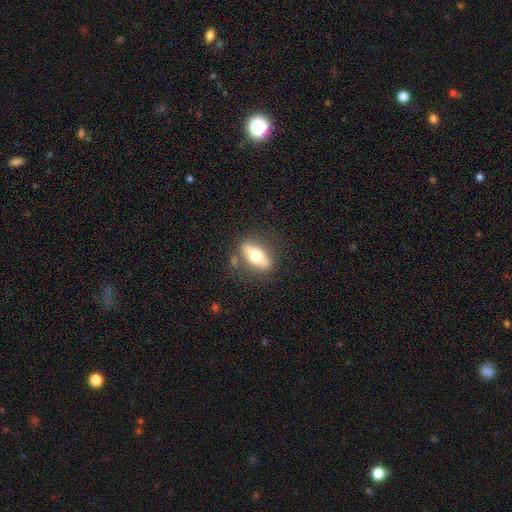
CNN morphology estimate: Overall: smooth (57%; featured or disk 36%). How rounded: in between (72%). Merging: none (75%).